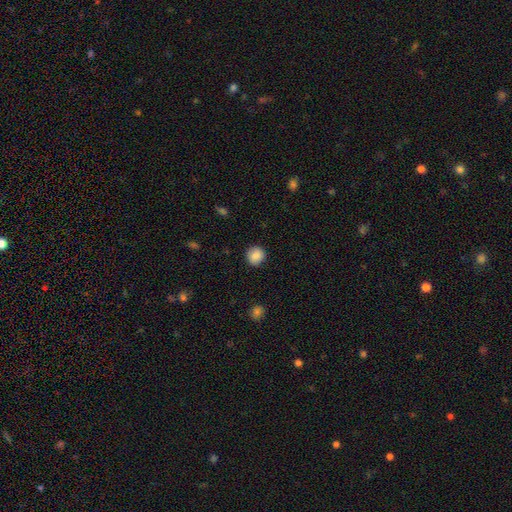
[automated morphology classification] smooth_or_featured: smooth (p=0.88) [alt: star or artifact p=0.08]
how_rounded: round (p=0.89) [alt: in between p=0.10]
merging: none (p=0.90) [alt: minor disturbance p=0.07]